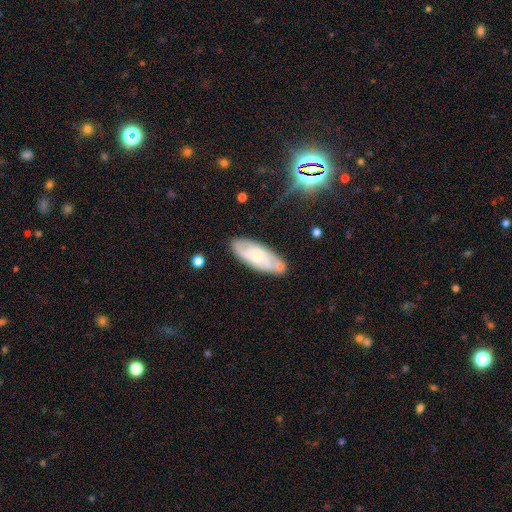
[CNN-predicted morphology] A featured or disk galaxy (55%). Merging: none (77%).